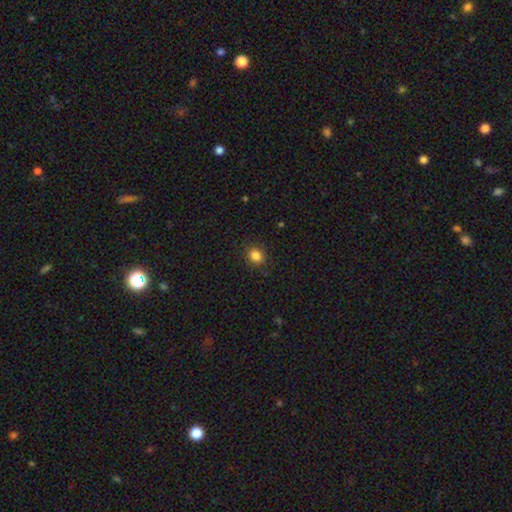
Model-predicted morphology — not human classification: Q: Smooth or featured?
A: smooth (84%); runner-up: star or artifact (11%)
Q: How rounded?
A: round (69%); runner-up: in between (30%)
Q: Merging?
A: none (87%); runner-up: minor disturbance (10%)